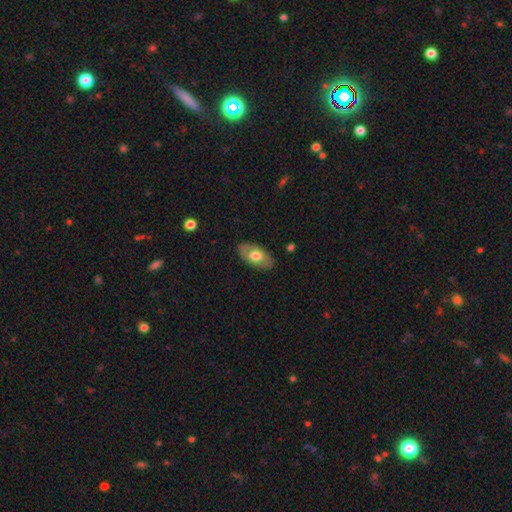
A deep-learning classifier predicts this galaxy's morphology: This appears to be a smooth galaxy with no disk features (60%) that is in between round and cigar-shaped (92%). Merging: none (84%).